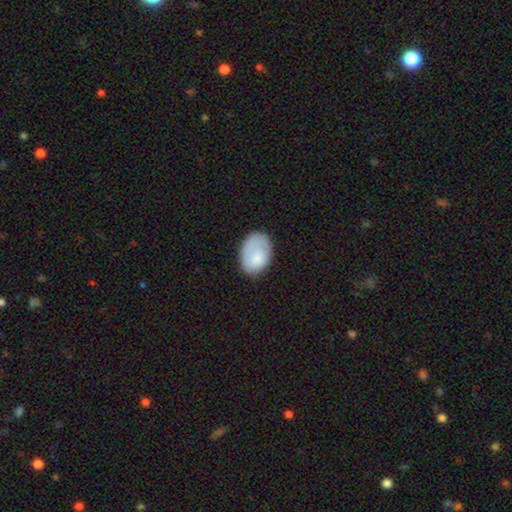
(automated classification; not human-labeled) Smooth or featured? smooth (79%)
How rounded? in between (84%)
Merging? none (68%)